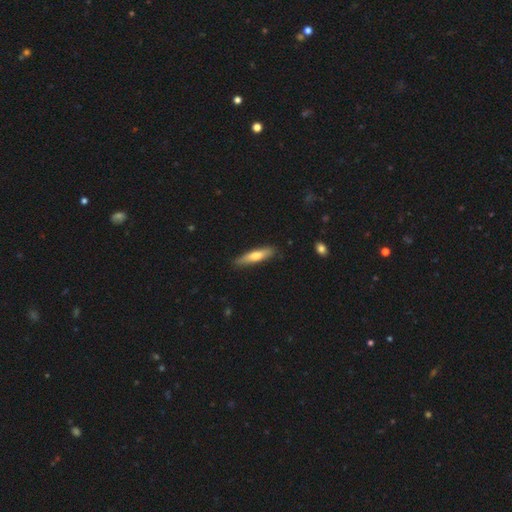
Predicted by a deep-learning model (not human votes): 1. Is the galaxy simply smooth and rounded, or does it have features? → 62% smooth, 32% featured or disk, 5% star or artifact.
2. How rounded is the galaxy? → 81% cigar-shaped, 17% in between, 2% round.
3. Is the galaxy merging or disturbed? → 85% none, 11% minor disturbance, 2% major disturbance, 1% merger.